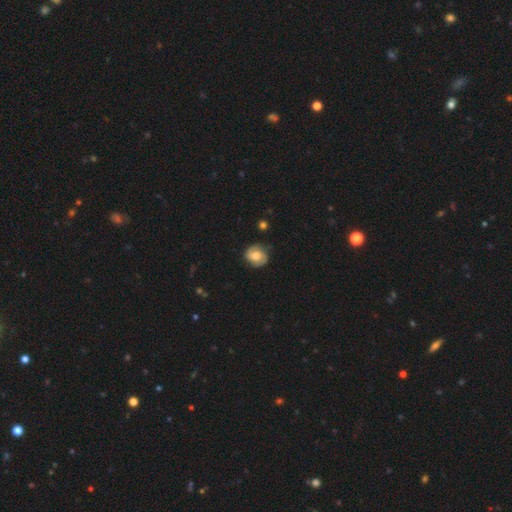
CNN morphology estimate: Smooth or featured?
  - featured or disk: 53% *
  - smooth: 39%
  - star or artifact: 8%
Edge-on disk?
  - no: 98% *
  - yes: 2%
Bar?
  - no: 60% *
  - weak: 34%
  - strong: 7%
Spiral arms?
  - yes: 89% *
  - no: 11%
Bulge size?
  - moderate: 44% *
  - large: 29%
  - small: 16%
  - none: 8%
  - dominant: 3%
Merging?
  - none: 76% *
  - minor disturbance: 17%
  - major disturbance: 5%
  - merger: 2%